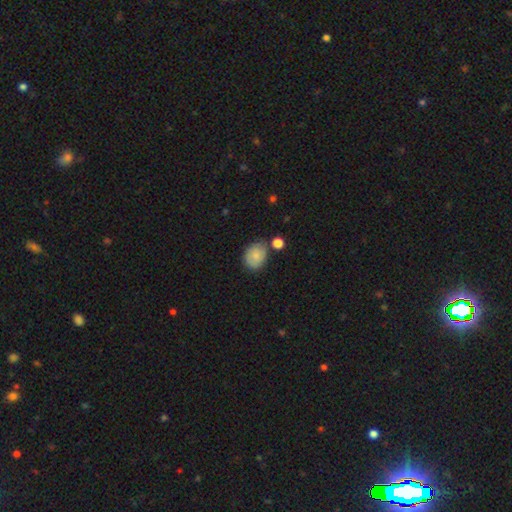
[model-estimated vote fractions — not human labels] Smooth or featured: smooth — 76% (featured or disk — 15%)
How rounded: in between — 58% (round — 41%)
Merging: none — 66% (minor disturbance — 21%)